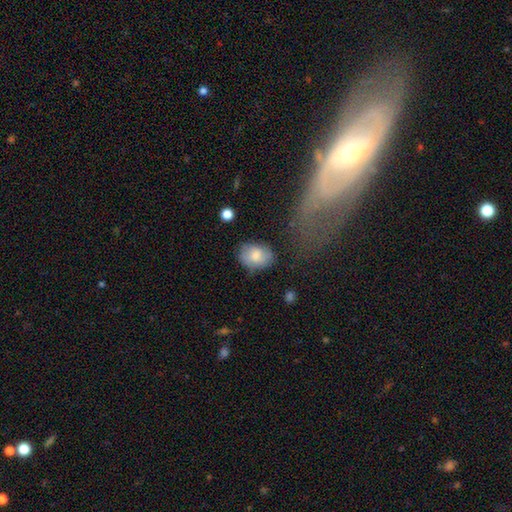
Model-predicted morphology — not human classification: This appears to be a smooth galaxy with no disk features (72%) that is in between round and cigar-shaped (66%). Merging: none (69%).